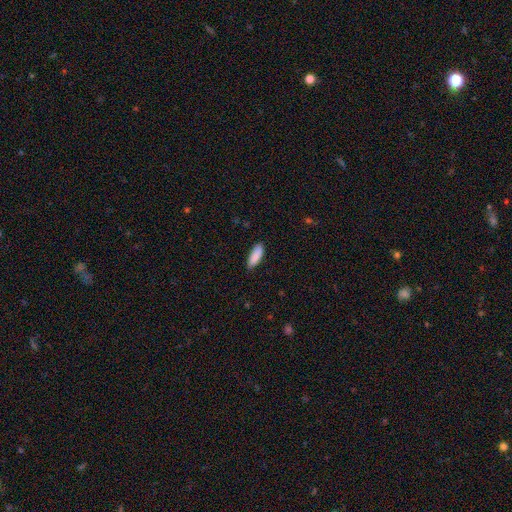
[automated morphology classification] This is clearly a smooth galaxy (90%). How rounded: likely in between (63%). Merging: clearly none (86%).